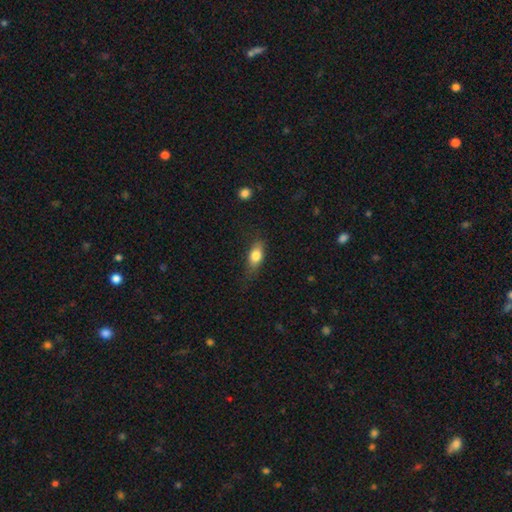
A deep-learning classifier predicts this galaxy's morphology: smooth 78%, featured or disk 15%, star or artifact 7%. Down the decision tree: how rounded — in between (80%); merging — none (73%).